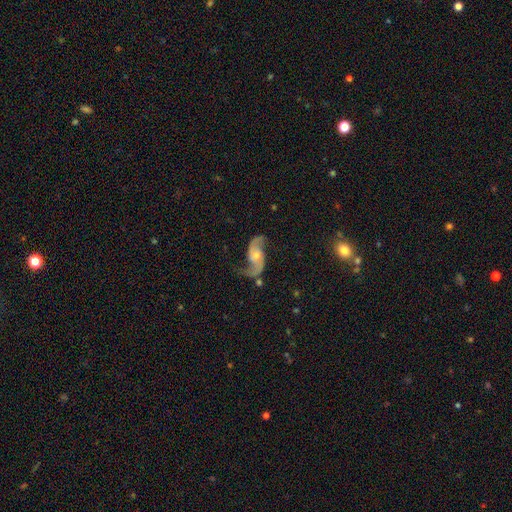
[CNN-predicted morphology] A featured or disk galaxy (88%) with no bar (56%), 2 (93%) loose (71%) spiral arms (96%) and a small central bulge (53%). Merging: none (68%).